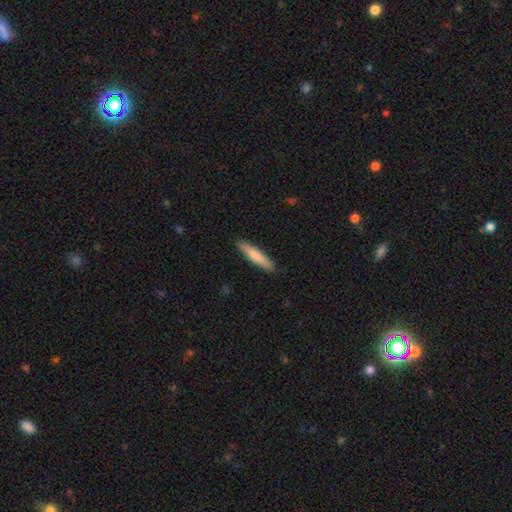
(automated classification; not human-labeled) Smooth or featured?
  - smooth: 78% *
  - featured or disk: 17%
  - star or artifact: 5%
How rounded?
  - cigar-shaped: 88% *
  - in between: 10%
  - round: 1%
Merging?
  - none: 90% *
  - minor disturbance: 7%
  - major disturbance: 2%
  - merger: 1%